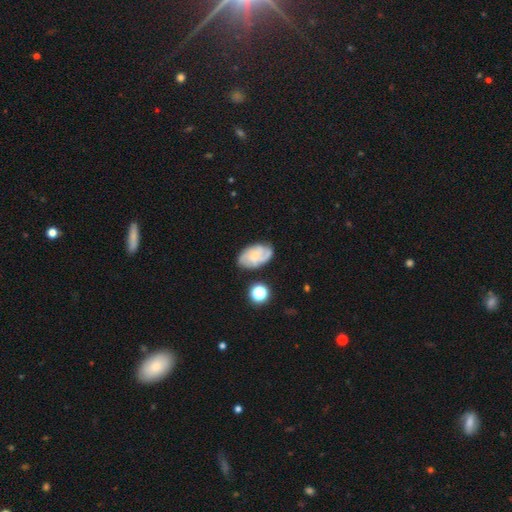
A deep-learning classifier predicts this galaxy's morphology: featured or disk 61%, smooth 30%, star or artifact 8%. Down the decision tree: edge-on disk — no (97%); bar — no (67%); spiral arms — yes (89%); spiral arm count — 3 (32%); spiral winding — medium (42%); bulge size — small (50%); merging — none (69%).